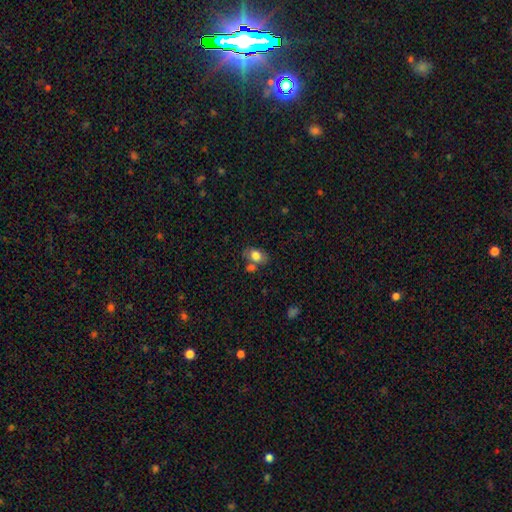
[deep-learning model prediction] A smooth galaxy with no disk features (78%) that is in between round and cigar-shaped (74%). Merging: none (55%).